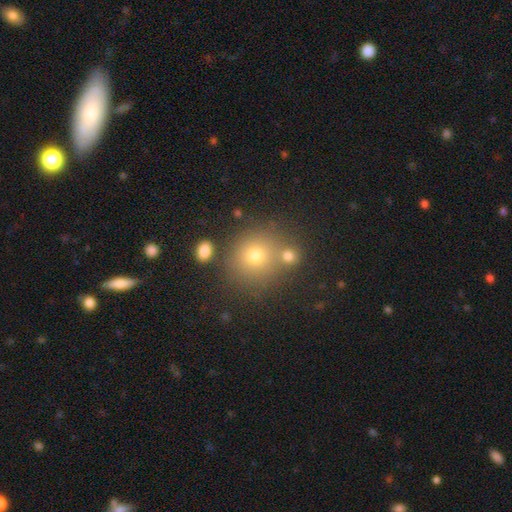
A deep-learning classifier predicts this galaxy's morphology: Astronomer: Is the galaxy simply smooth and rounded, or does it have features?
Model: smooth — 71%.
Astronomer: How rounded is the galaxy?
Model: round — 88%.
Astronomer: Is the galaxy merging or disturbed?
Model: none — 68%.